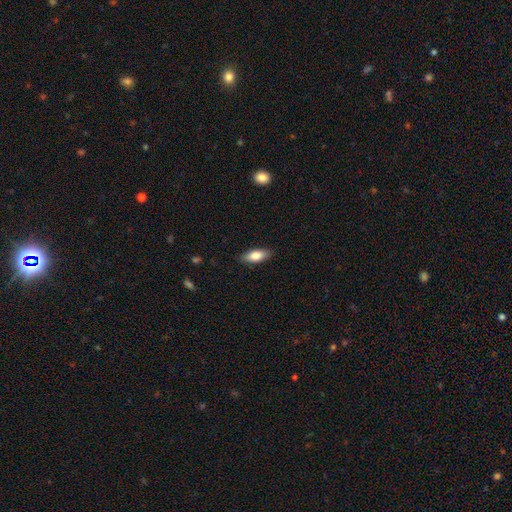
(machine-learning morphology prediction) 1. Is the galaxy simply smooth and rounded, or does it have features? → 80% smooth, 14% featured or disk, 6% star or artifact.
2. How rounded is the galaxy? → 79% in between, 19% cigar-shaped, 2% round.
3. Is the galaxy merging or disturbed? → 87% none, 10% minor disturbance, 2% major disturbance, 1% merger.